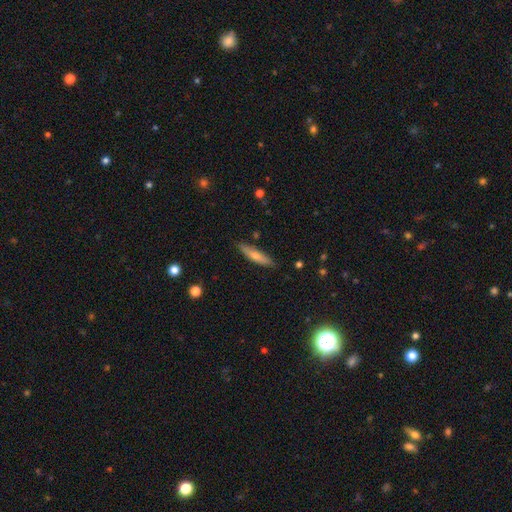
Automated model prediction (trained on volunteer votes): Smooth or featured?
  - smooth: 64% *
  - featured or disk: 30%
  - star or artifact: 6%
How rounded?
  - cigar-shaped: 82% *
  - in between: 16%
  - round: 2%
Merging?
  - none: 83% *
  - minor disturbance: 13%
  - major disturbance: 2%
  - merger: 2%